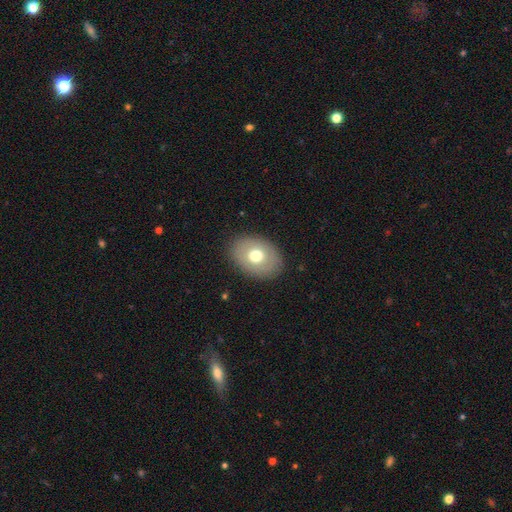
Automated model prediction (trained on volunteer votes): Morphology: type=smooth (65%); roundness=in between (72%); merging=none (86%).